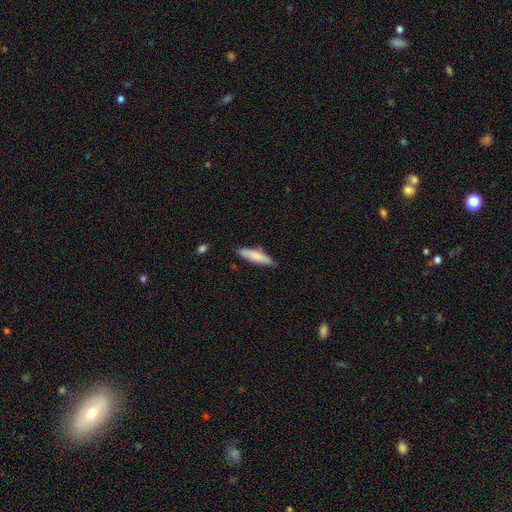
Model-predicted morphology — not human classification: Smooth or featured? Predicted: smooth (p=0.81). How rounded? Predicted: cigar-shaped (p=0.73). Merging? Predicted: none (p=0.77).